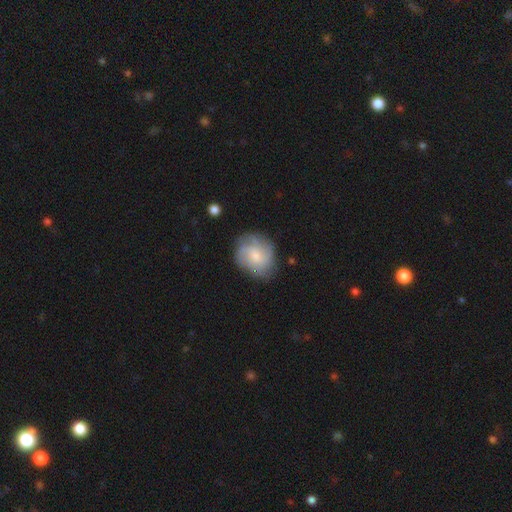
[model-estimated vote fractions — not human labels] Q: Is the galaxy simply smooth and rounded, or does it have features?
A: featured or disk — 51%.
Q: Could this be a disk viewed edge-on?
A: no — 97%.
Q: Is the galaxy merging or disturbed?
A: none — 71%.